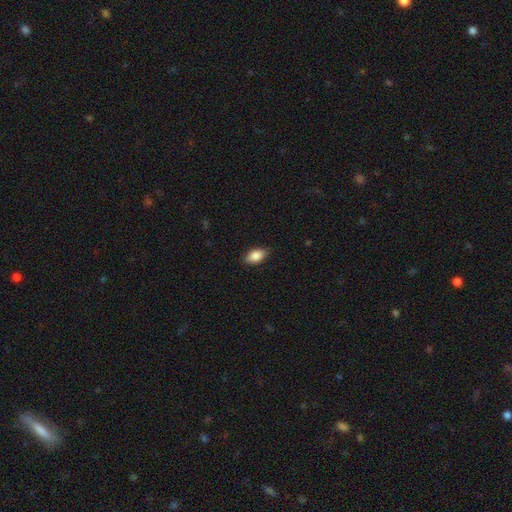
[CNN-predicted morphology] A smooth galaxy with no disk features (87%) that is in between round and cigar-shaped (90%). Merging: none (85%).